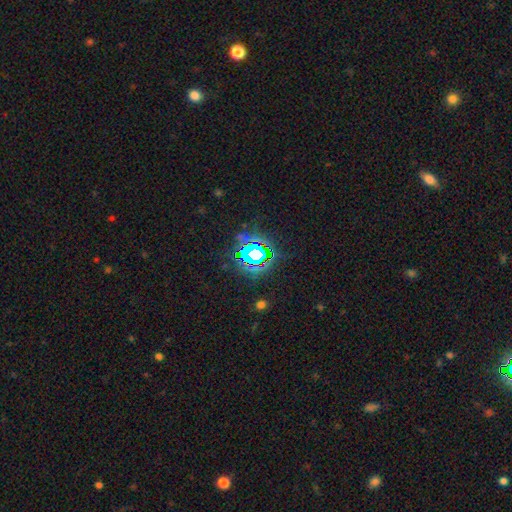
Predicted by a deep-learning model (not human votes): Morphology: type=star or artifact (73%).